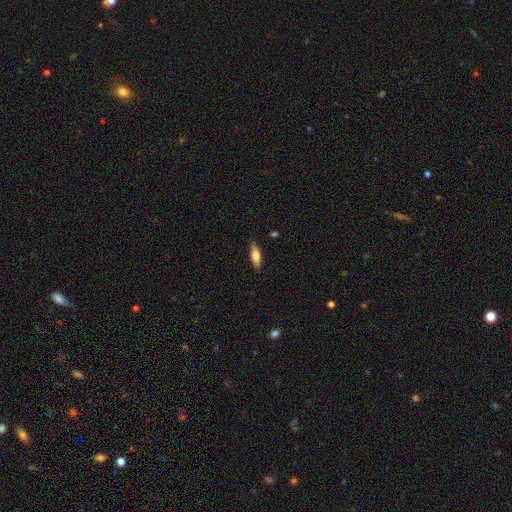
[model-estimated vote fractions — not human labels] Morphology: type=smooth (65%); roundness=cigar-shaped (49%, tied with in between); merging=none (87%).